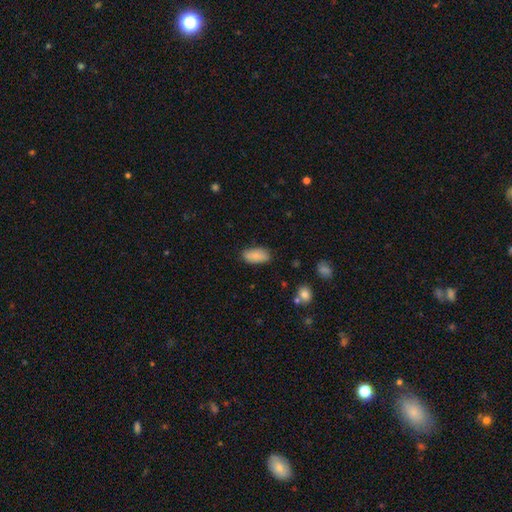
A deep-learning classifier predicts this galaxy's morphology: This appears to be a smooth galaxy with no disk features (80%) that is in between round and cigar-shaped (92%). Merging: none (79%).